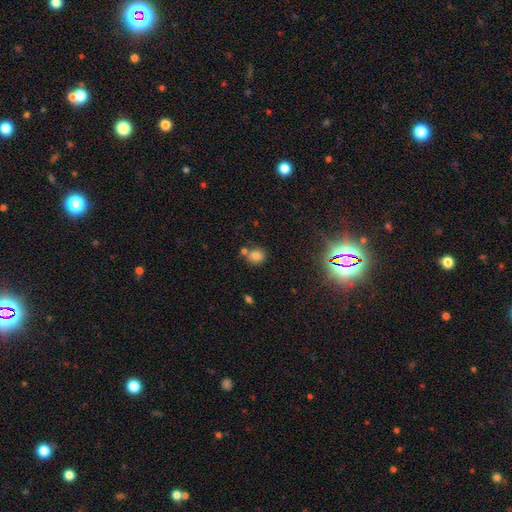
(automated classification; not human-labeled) Smooth or featured? Predicted: smooth (p=0.77). How rounded? Predicted: round (p=0.70). Merging? Predicted: none (p=0.62).